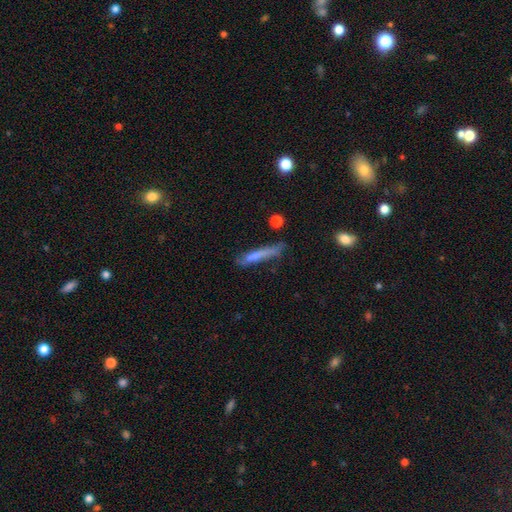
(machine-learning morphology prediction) This is possibly a smooth galaxy (54%). How rounded: clearly cigar-shaped (92%). Merging: likely none (61%).